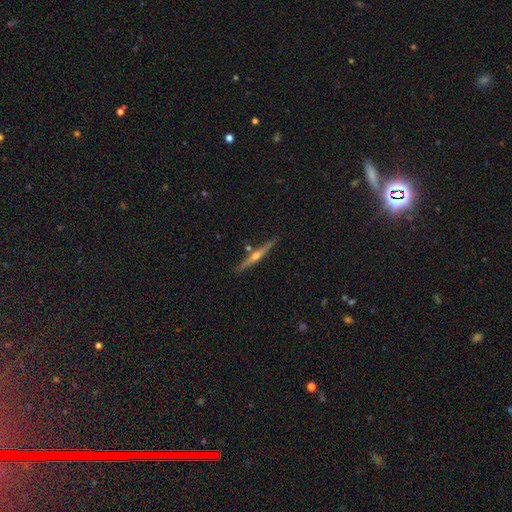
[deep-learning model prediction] Overall: featured or disk (78%). Edge-on disk: yes (98%). Edge-on bulge: rounded (90%). Merging: none (86%).